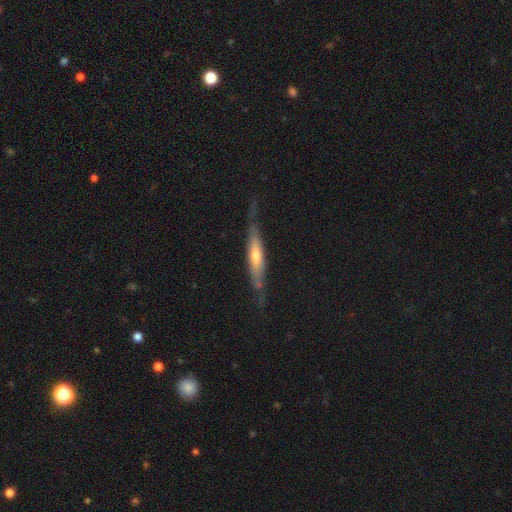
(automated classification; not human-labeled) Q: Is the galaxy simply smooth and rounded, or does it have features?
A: featured or disk — 66%.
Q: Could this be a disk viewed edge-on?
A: yes — 82%.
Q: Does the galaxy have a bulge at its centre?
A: rounded — 59%.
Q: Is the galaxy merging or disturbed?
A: none — 69%.